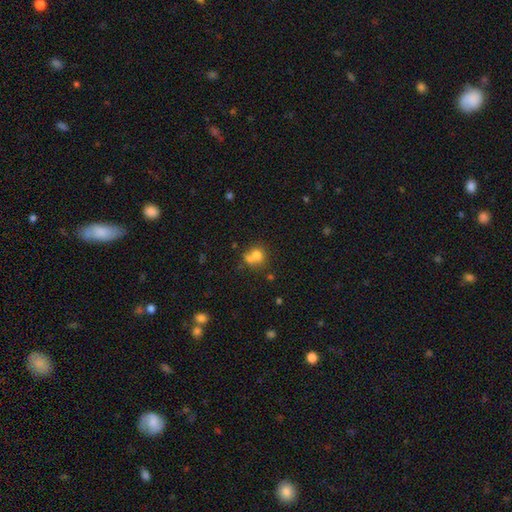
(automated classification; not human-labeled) Smooth or featured? smooth (73%)
How rounded? round (79%)
Merging? merger (45%)